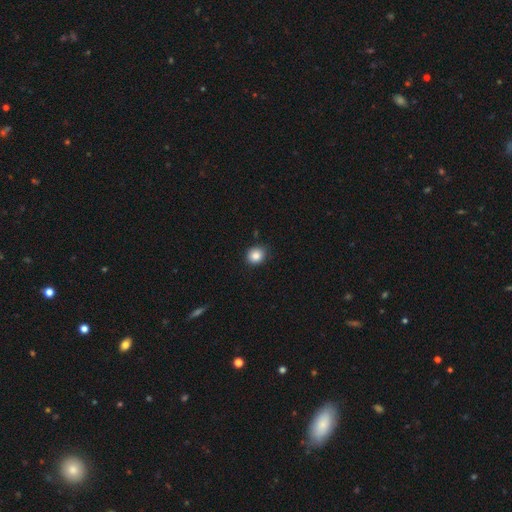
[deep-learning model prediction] Smooth or featured: smooth — 85% (star or artifact — 10%)
How rounded: round — 81% (in between — 18%)
Merging: none — 85% (minor disturbance — 11%)